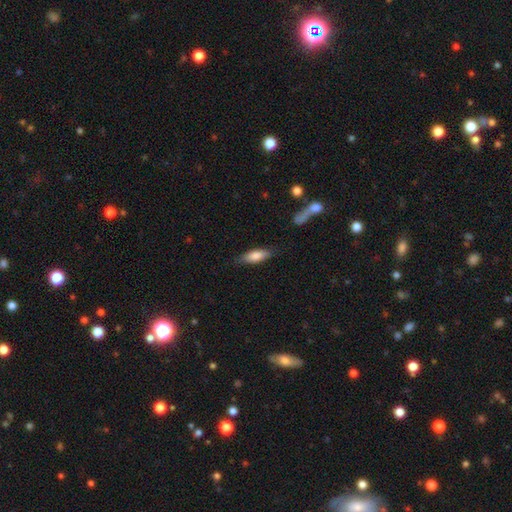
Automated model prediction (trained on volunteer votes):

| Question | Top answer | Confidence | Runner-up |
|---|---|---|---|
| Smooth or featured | smooth | 78% | featured or disk (16%) |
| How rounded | in between | 62% | cigar-shaped (36%) |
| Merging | none | 78% | minor disturbance (16%) |